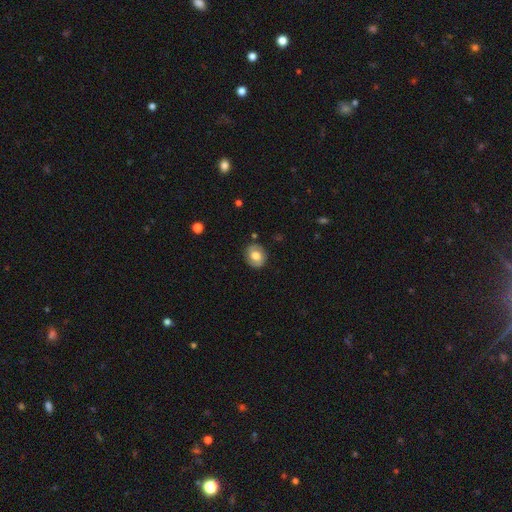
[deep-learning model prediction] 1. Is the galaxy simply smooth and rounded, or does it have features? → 59% smooth, 33% featured or disk, 8% star or artifact.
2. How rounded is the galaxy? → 66% round, 33% in between, 1% cigar-shaped.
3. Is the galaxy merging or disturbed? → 84% none, 12% minor disturbance, 3% major disturbance, 1% merger.